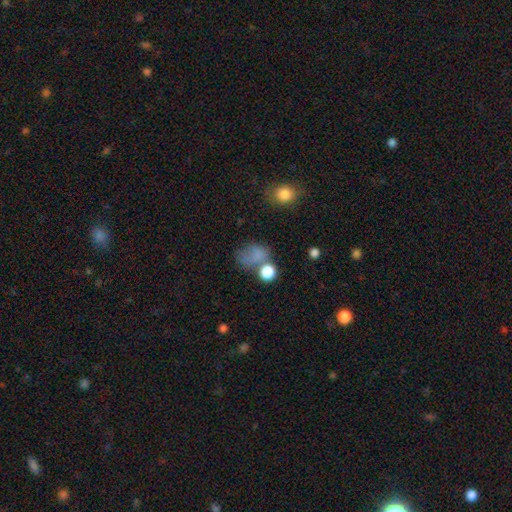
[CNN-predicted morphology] smooth 71%, star or artifact 18%, featured or disk 11%. Down the decision tree: how rounded — in between (57%); merging — none (38%).